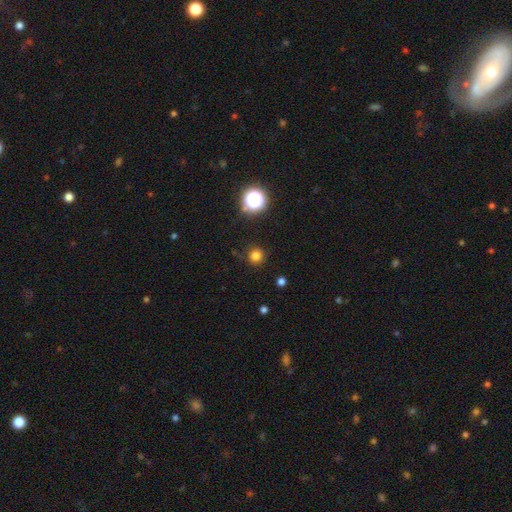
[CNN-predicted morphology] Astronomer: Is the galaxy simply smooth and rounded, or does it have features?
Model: smooth — 79%.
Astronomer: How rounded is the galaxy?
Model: round — 94%.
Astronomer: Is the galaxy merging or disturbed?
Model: none — 89%.